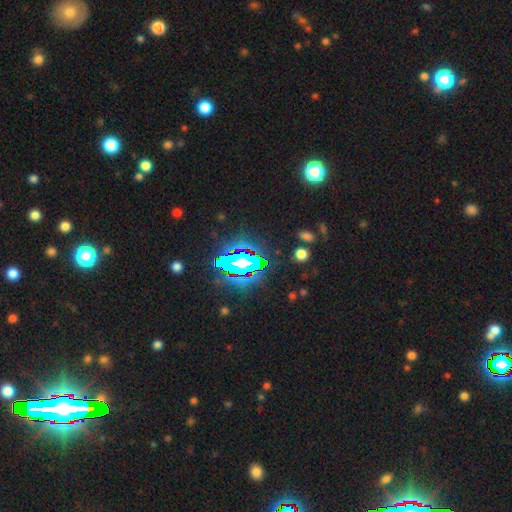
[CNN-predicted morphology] Q: Smooth or featured?
A: star or artifact (83%); runner-up: smooth (10%)